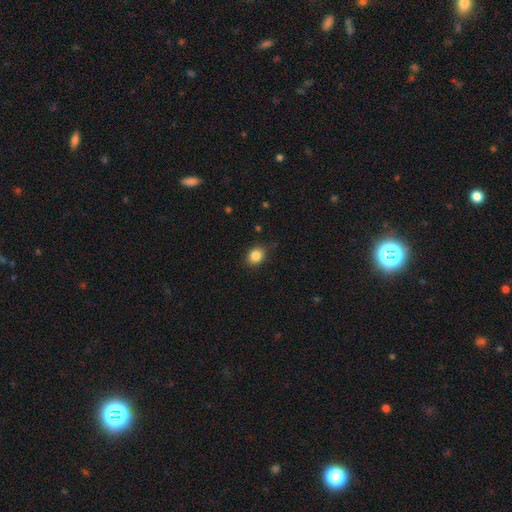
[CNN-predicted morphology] Smooth or featured? smooth (86%)
How rounded? round (54%)
Merging? none (82%)